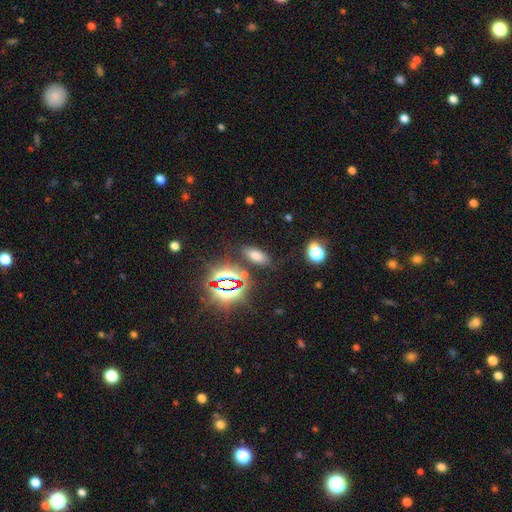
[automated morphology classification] Smooth or featured?
  - smooth: 61% *
  - star or artifact: 30%
  - featured or disk: 9%
How rounded?
  - in between: 85% *
  - cigar-shaped: 9%
  - round: 6%
Merging?
  - none: 82% *
  - minor disturbance: 10%
  - major disturbance: 4%
  - merger: 4%